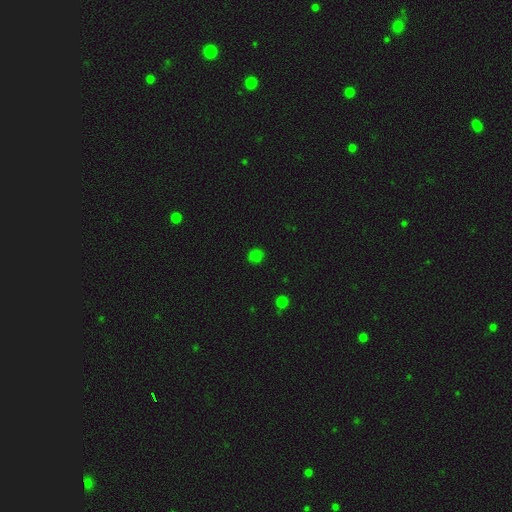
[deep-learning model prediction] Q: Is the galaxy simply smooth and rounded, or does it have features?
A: smooth — 76%.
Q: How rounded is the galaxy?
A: round — 87%.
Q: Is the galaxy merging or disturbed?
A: none — 87%.